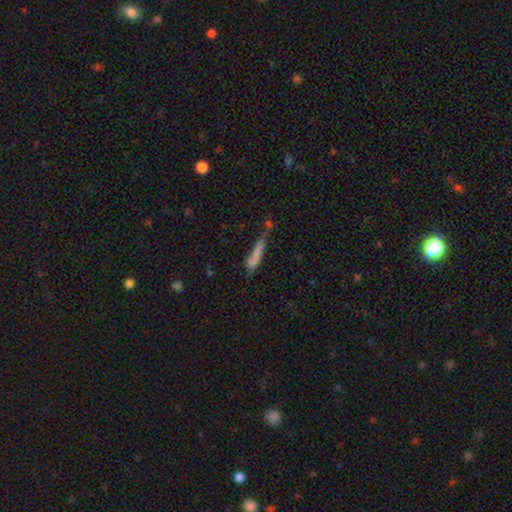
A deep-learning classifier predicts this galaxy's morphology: Overall: smooth (71%). How rounded: cigar-shaped (87%). Merging: none (42%; minor disturbance 27%).